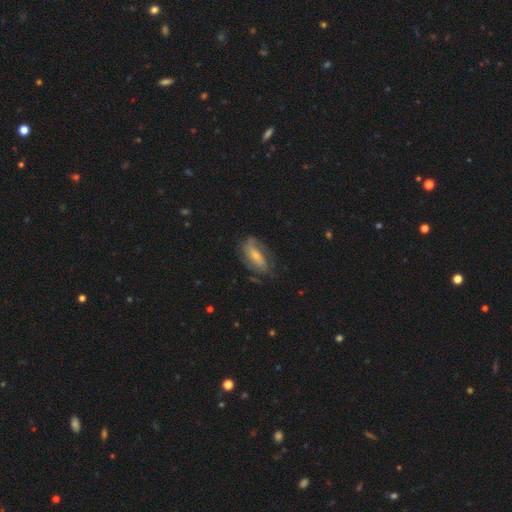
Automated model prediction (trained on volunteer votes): Smooth or featured? Predicted: featured or disk (p=0.66). Edge-on disk? Predicted: no (p=0.90). Bar? Predicted: no (p=0.35). Spiral arms? Predicted: yes (p=0.85). Bulge size? Predicted: small (p=0.54). Merging? Predicted: none (p=0.64).